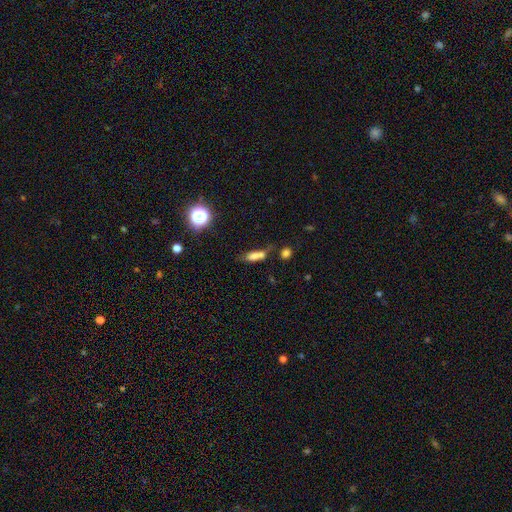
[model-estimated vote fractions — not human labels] This appears to be a smooth galaxy with no disk features (65%) that is in between round and cigar-shaped (60%). Merging: merger (38%).